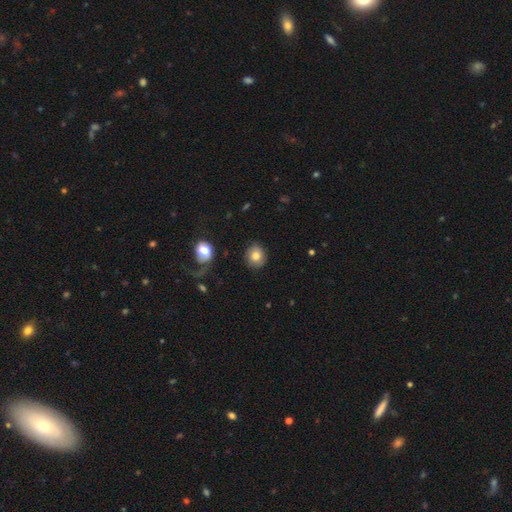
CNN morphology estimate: Overall: smooth (79%). How rounded: round (74%). Merging: none (85%).